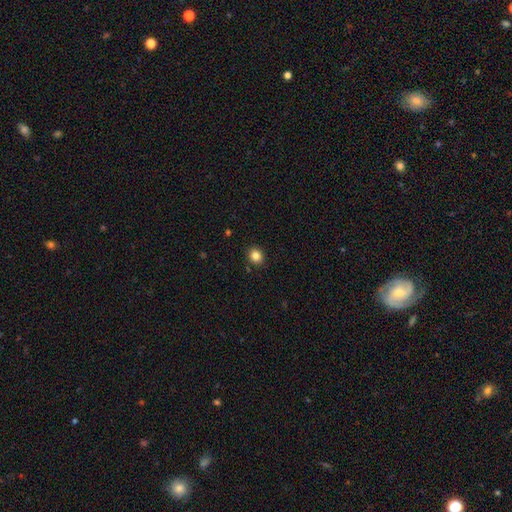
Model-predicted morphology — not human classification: smooth-or-featured: smooth: 84% | star or artifact: 11% | featured or disk: 5%
  how-rounded: round: 75% | in between: 24% | cigar-shaped: 1%
  merging: none: 90% | minor disturbance: 7% | major disturbance: 2% | merger: 2%